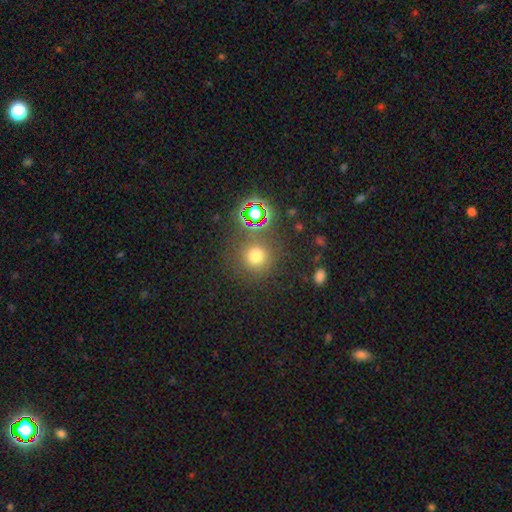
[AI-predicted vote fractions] The model was most divided on "smooth or featured": smooth: 69%, star or artifact: 24%, featured or disk: 8%. More confident: how rounded — round (93%); merging — none (82%).